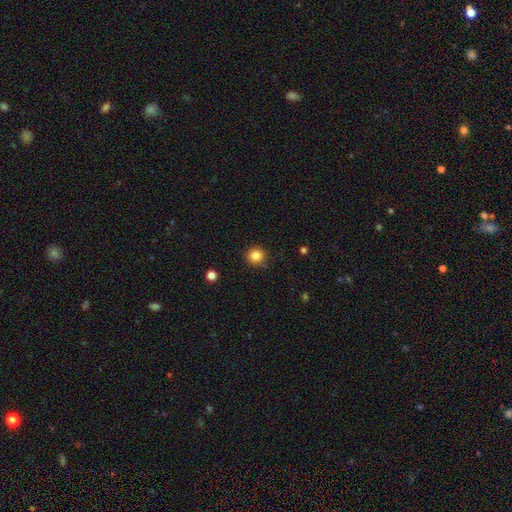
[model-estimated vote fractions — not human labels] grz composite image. It shows a smooth galaxy with no disk features (85%) that is round (91%). Merging: none (89%).